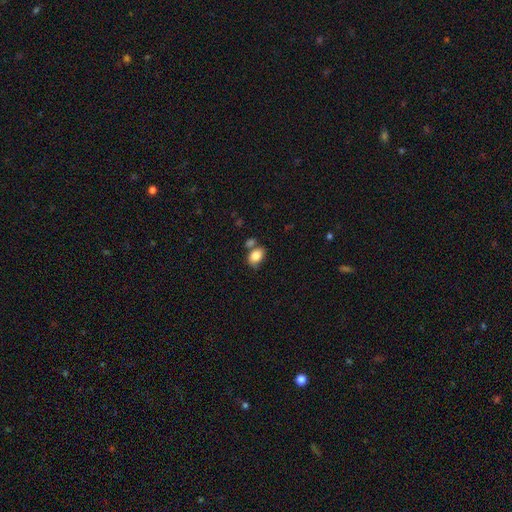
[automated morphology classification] Smooth or featured? Predicted: smooth (p=0.84). How rounded? Predicted: in between (p=0.78). Merging? Predicted: none (p=0.55).